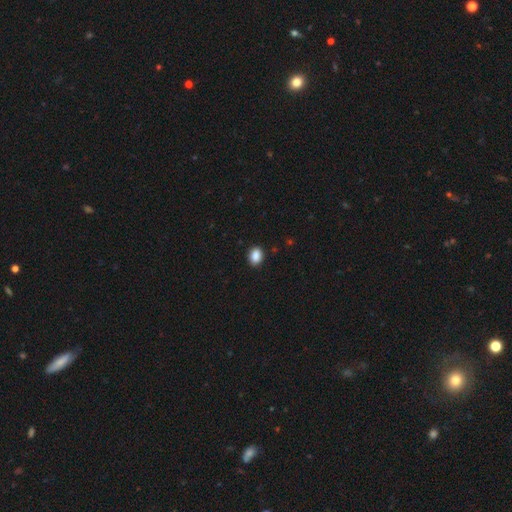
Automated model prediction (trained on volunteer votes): This appears to be a smooth galaxy with no disk features (89%) that is in between round and cigar-shaped (65%). Merging: none (89%).